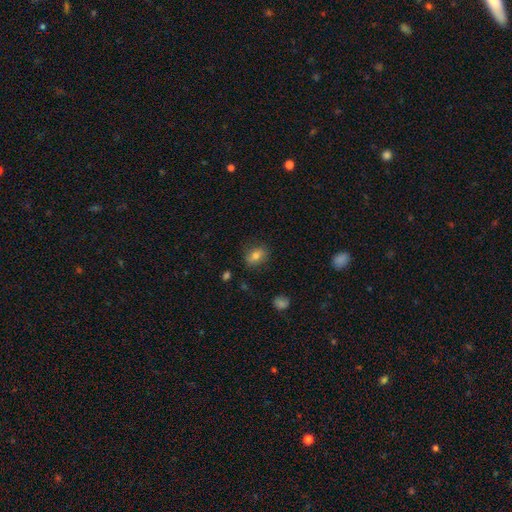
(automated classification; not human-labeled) A smooth galaxy with no disk features (77%) that is in between round and cigar-shaped (59%). Merging: none (79%).